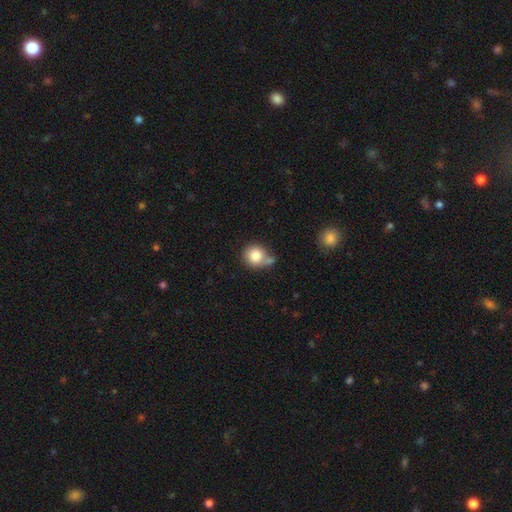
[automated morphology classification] A smooth galaxy with no disk features (82%) that is round (85%).

Vote fractions:
- Smooth or featured? smooth: 82% / star or artifact: 9% / featured or disk: 9%
- How rounded? round: 85% / in between: 15% / cigar-shaped: 1%
- Merging? none: 52% / merger: 22% / minor disturbance: 20% / major disturbance: 7%